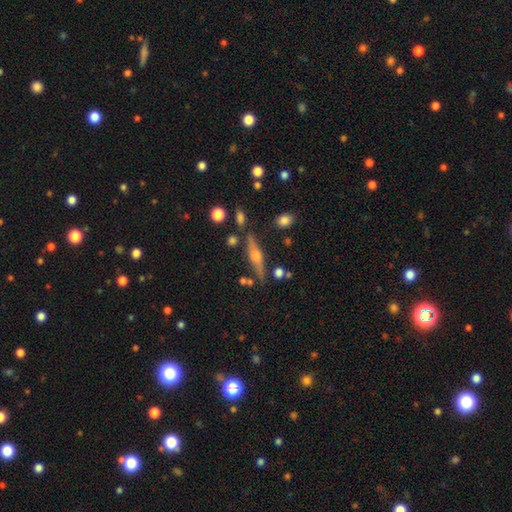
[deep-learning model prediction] Q: Smooth or featured?
A: featured or disk (71%); runner-up: smooth (21%)
Q: Edge-on disk?
A: yes (96%); runner-up: no (4%)
Q: Edge-on bulge?
A: rounded (90%); runner-up: boxy (7%)
Q: Merging?
A: none (81%); runner-up: minor disturbance (11%)